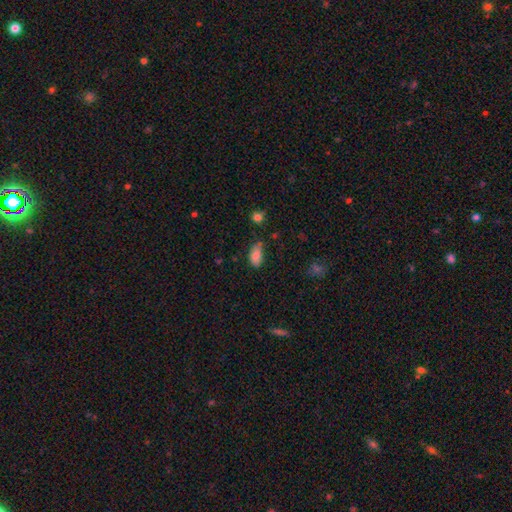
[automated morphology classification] Q: Smooth or featured?
A: smooth (82%); runner-up: featured or disk (9%)
Q: How rounded?
A: in between (90%); runner-up: round (5%)
Q: Merging?
A: none (48%); runner-up: minor disturbance (39%)